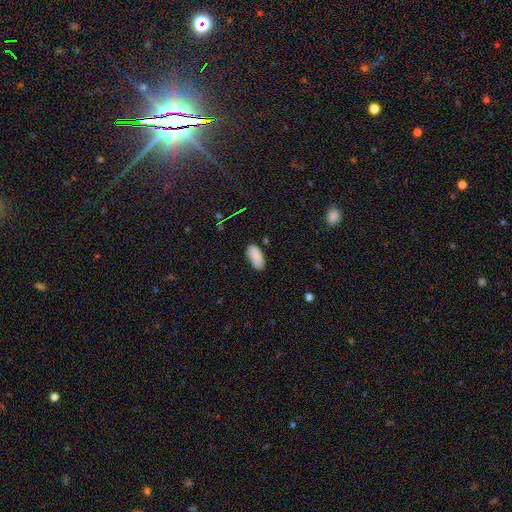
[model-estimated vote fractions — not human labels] smooth_or_featured: smooth (p=0.88) [alt: star or artifact p=0.08]
how_rounded: in between (p=0.92) [alt: cigar-shaped p=0.06]
merging: none (p=0.79) [alt: minor disturbance p=0.16]